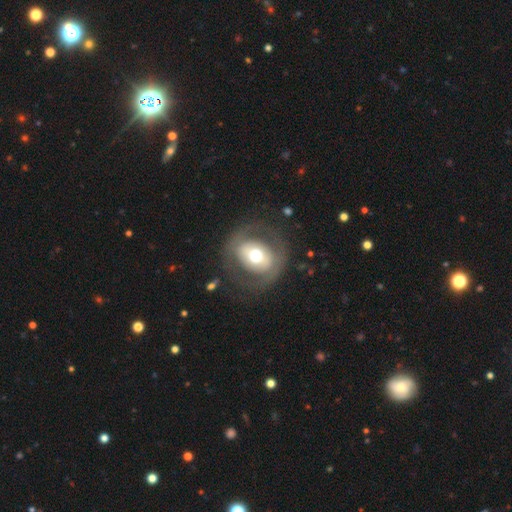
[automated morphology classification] Smooth or featured: featured or disk — 50% (smooth — 43%)
Edge-on disk: no — 94% (yes — 6%)
Merging: none — 75% (minor disturbance — 12%)